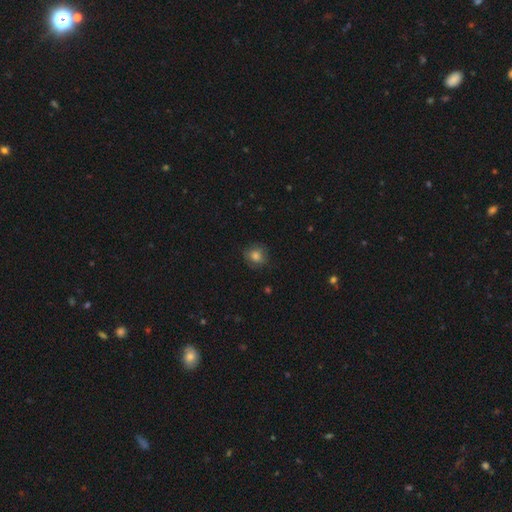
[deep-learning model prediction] A smooth galaxy with no disk features (77%) that is round (76%).

Vote fractions:
- Smooth or featured? smooth: 77% / featured or disk: 12% / star or artifact: 11%
- How rounded? round: 76% / in between: 23% / cigar-shaped: 1%
- Merging? none: 76% / minor disturbance: 17% / major disturbance: 6% / merger: 1%